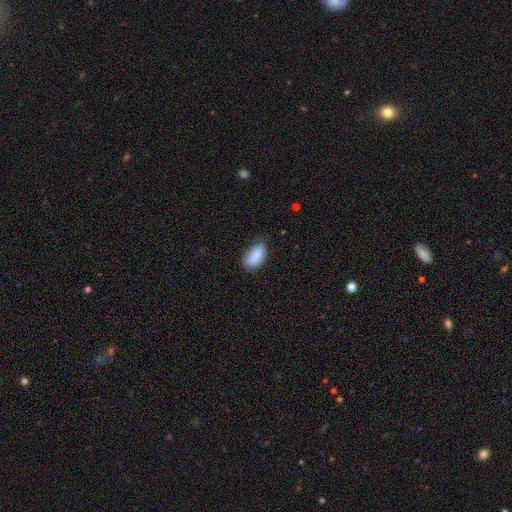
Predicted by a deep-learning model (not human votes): Q: Smooth or featured?
A: smooth (88%); runner-up: star or artifact (7%)
Q: How rounded?
A: in between (93%); runner-up: cigar-shaped (4%)
Q: Merging?
A: none (72%); runner-up: minor disturbance (23%)